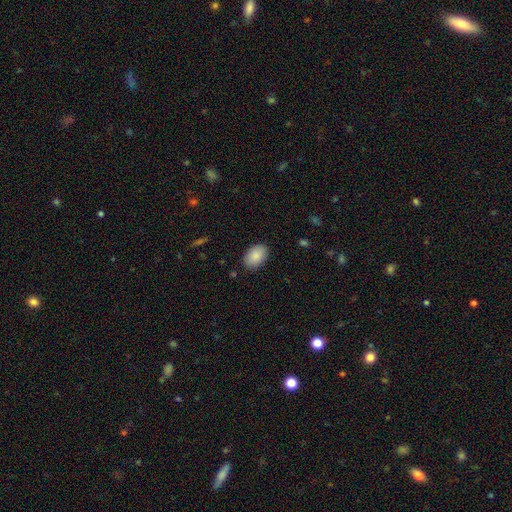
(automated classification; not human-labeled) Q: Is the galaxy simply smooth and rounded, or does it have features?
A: smooth — 89%.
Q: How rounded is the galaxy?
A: in between — 89%.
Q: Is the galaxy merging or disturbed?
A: none — 86%.